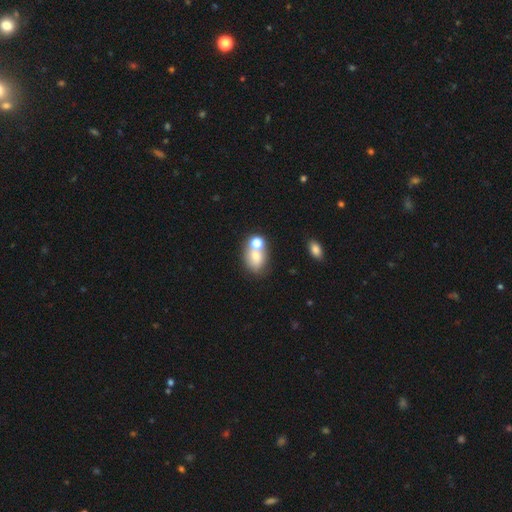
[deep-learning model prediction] The model was most divided on "merging": merger: 42%, none: 41%, minor disturbance: 11%, major disturbance: 5%. More confident: smooth or featured — smooth (69%); how rounded — in between (59%).